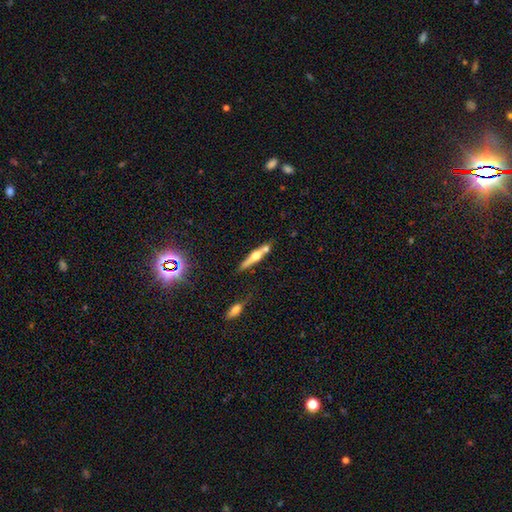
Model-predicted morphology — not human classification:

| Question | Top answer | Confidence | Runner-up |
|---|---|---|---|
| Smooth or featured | featured or disk | 63% | smooth (31%) |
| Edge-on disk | yes | 95% | no (5%) |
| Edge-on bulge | rounded | 93% | boxy (4%) |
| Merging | none | 64% | merger (18%) |